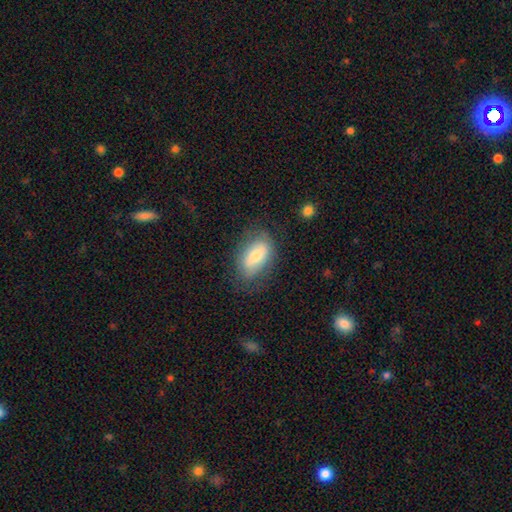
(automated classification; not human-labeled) A smooth galaxy with no disk features (67%) that is in between round and cigar-shaped (88%). Merging: none (72%).